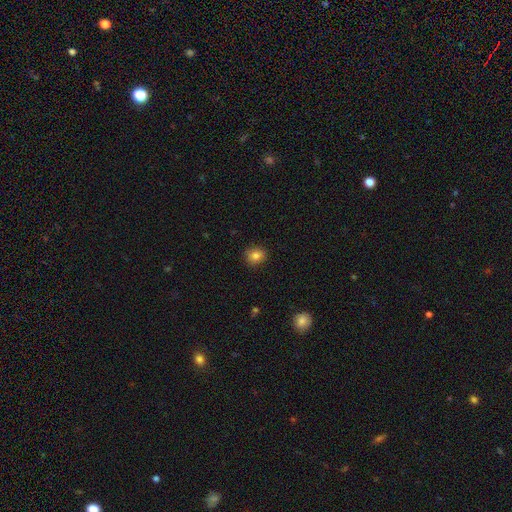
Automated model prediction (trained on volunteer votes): smooth_or_featured: smooth (p=0.83) [alt: star or artifact p=0.11]
how_rounded: round (p=0.75) [alt: in between p=0.24]
merging: none (p=0.88) [alt: minor disturbance p=0.09]